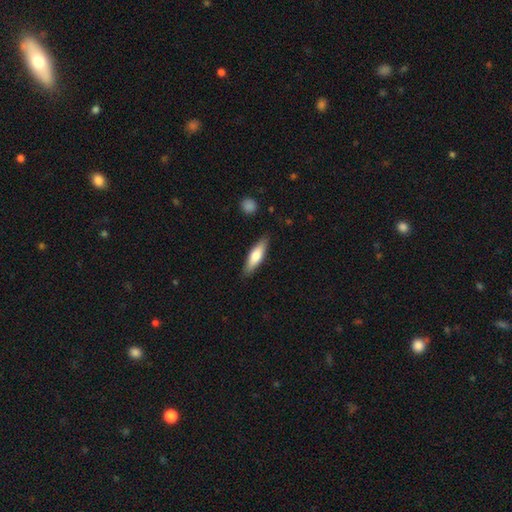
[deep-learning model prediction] smooth_or_featured: smooth (p=0.66) [alt: featured or disk p=0.29]
how_rounded: cigar-shaped (p=0.63) [alt: in between p=0.36]
merging: none (p=0.86) [alt: minor disturbance p=0.10]